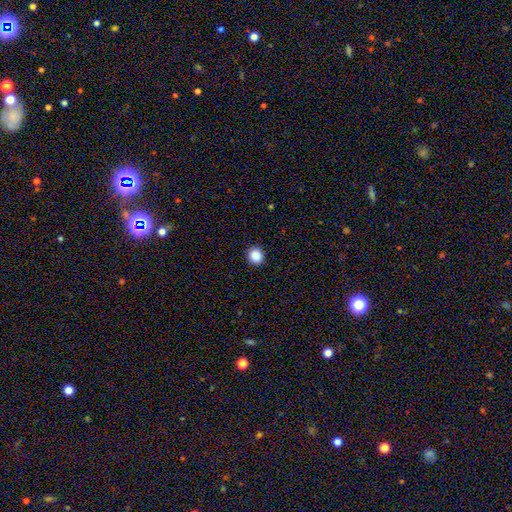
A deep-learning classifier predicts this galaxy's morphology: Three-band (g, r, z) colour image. It shows a smooth galaxy with no disk features (88%) that is round (81%). Merging: none (93%).